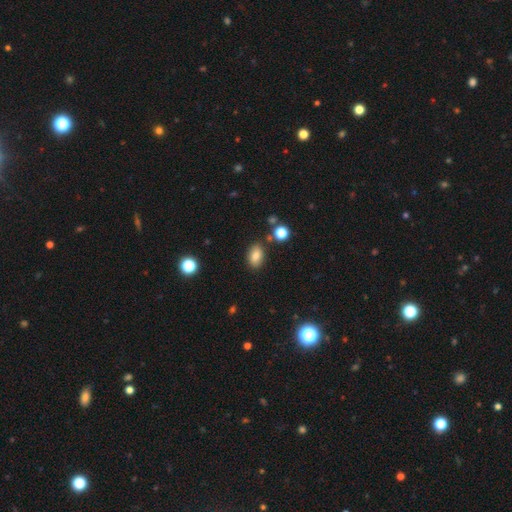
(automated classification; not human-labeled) A smooth galaxy with no disk features (81%) that is in between round and cigar-shaped (84%).

Vote fractions:
- Smooth or featured? smooth: 81% / star or artifact: 10% / featured or disk: 9%
- How rounded? in between: 84% / round: 14% / cigar-shaped: 2%
- Merging? none: 82% / minor disturbance: 11% / merger: 4% / major disturbance: 3%